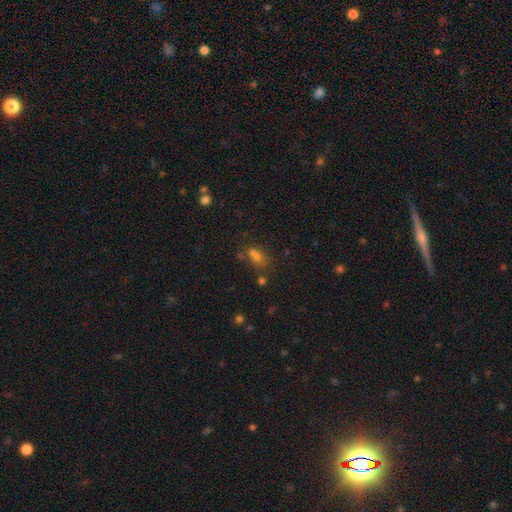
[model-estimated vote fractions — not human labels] Overall: smooth (63%; star or artifact 27%). How rounded: in between (76%). Merging: none (63%).